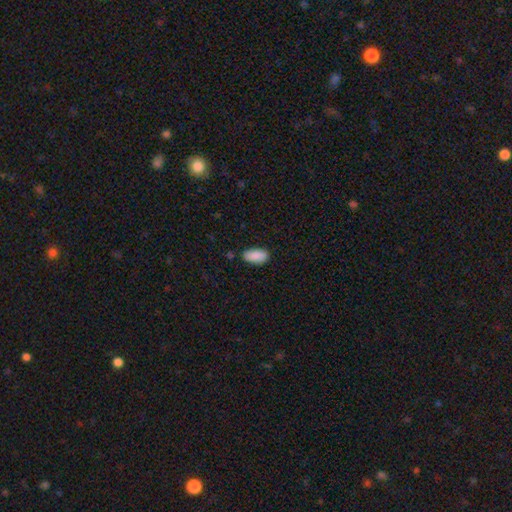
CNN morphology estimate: This appears to be a smooth galaxy with no disk features (89%) that is in between round and cigar-shaped (92%). Merging: none (83%).